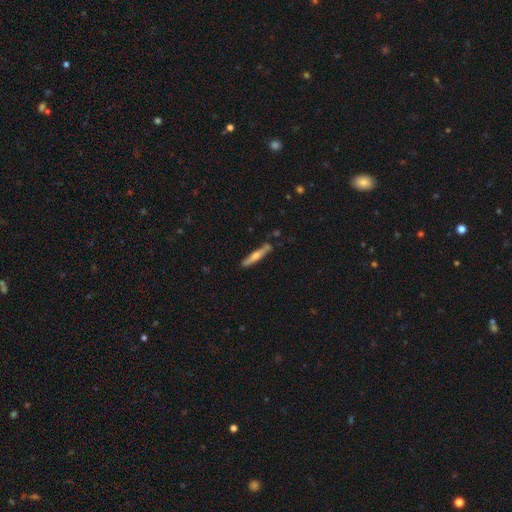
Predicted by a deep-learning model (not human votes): A featured or disk galaxy (51%) viewed edge-on (94%).

Vote fractions:
- Smooth or featured? featured or disk: 51% / smooth: 43% / star or artifact: 6%
- Edge-on disk? yes: 94% / no: 6%
- Merging? none: 82% / minor disturbance: 13% / merger: 3% / major disturbance: 2%